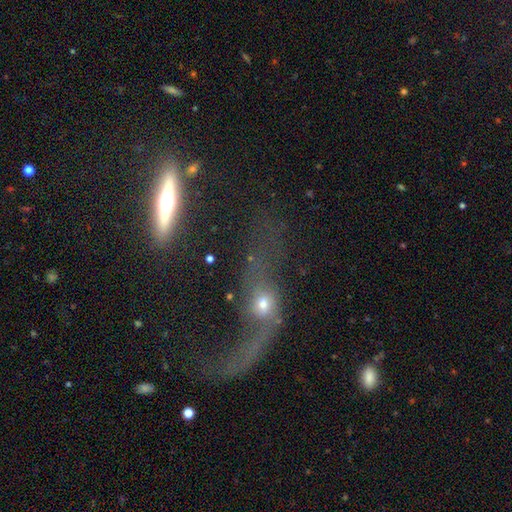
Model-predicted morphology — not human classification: This appears to be a featured or disk galaxy (66%). Merging: major disturbance (48%).